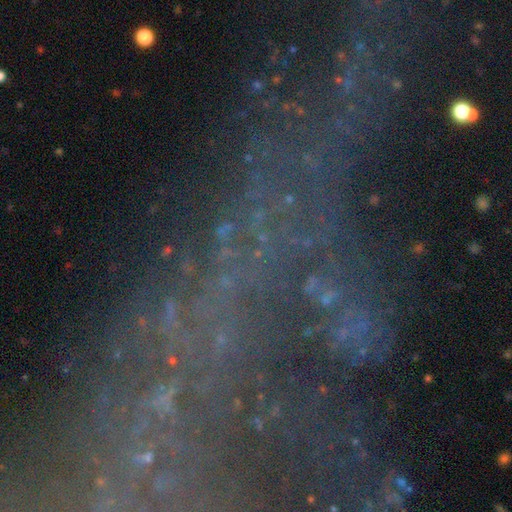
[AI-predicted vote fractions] Smooth or featured? star or artifact (58%)